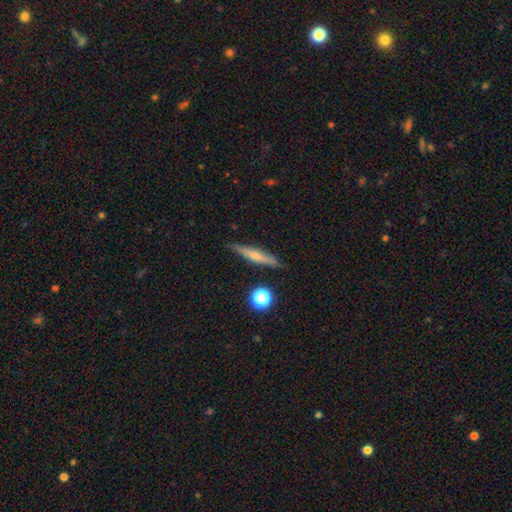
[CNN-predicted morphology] type=smooth (47%); merging=none (86%).